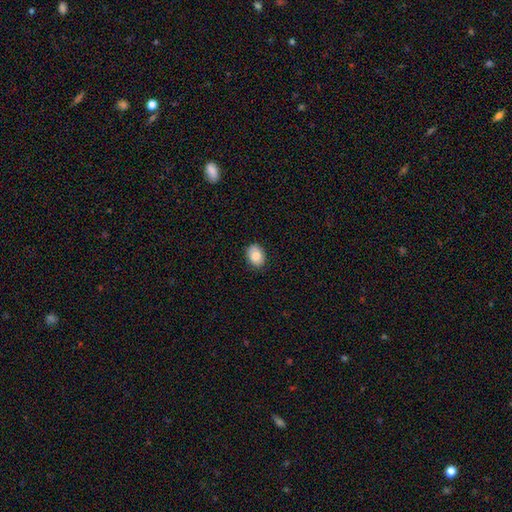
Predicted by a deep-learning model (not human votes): smooth-or-featured: smooth: 82% | featured or disk: 10% | star or artifact: 8%
  how-rounded: in between: 68% | round: 31% | cigar-shaped: 1%
  merging: none: 86% | minor disturbance: 11% | major disturbance: 2% | merger: 1%